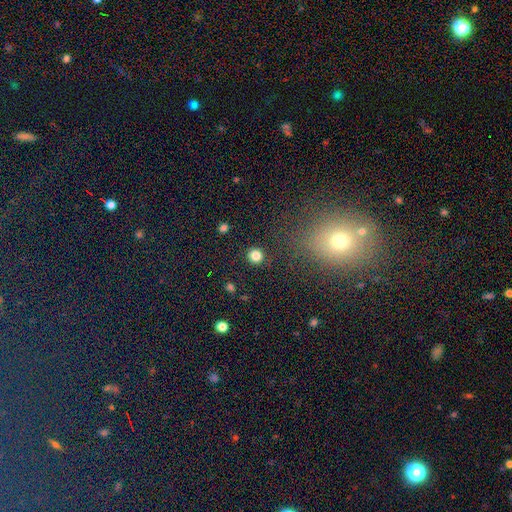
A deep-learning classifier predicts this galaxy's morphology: type=smooth (83%); roundness=round (93%); merging=none (91%).